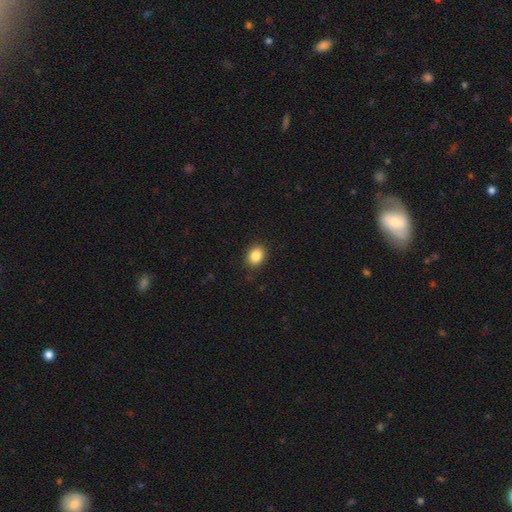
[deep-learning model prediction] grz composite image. It shows a smooth galaxy with no disk features (86%) that is in between round and cigar-shaped (51%). Merging: none (89%).